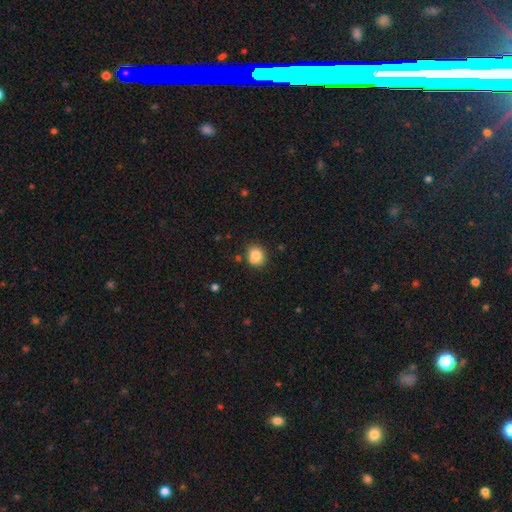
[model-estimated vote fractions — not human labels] Q: Smooth or featured?
A: smooth (81%); runner-up: star or artifact (10%)
Q: How rounded?
A: round (71%); runner-up: in between (28%)
Q: Merging?
A: none (67%); runner-up: minor disturbance (16%)